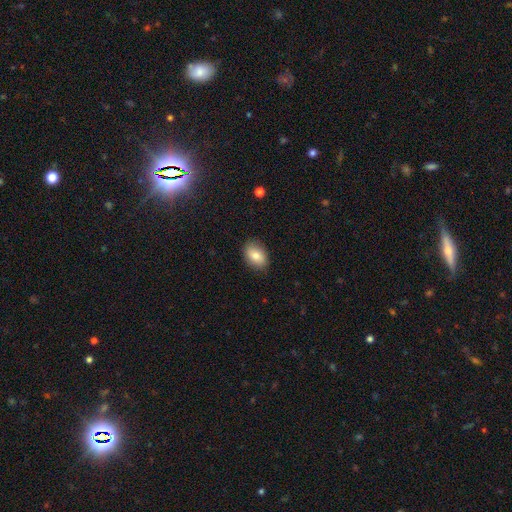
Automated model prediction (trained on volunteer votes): This appears to be a smooth galaxy with no disk features (81%) that is in between round and cigar-shaped (82%). Merging: none (86%).